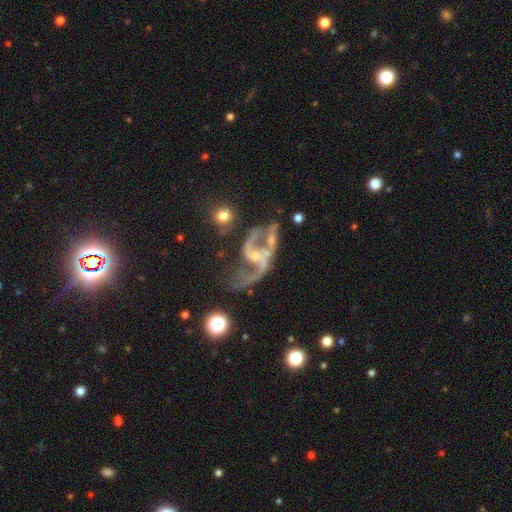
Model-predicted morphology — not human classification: This is clearly a featured or disk galaxy (87%). It is clearly not viewed edge-on (97%). Bar: marginally no (43%). Spiral arm pattern: clearly yes (91%). Spiral arm count: clearly 2 (85%). Spiral winding: likely loose (72%). Central bulge: likely small (61%). Merging: marginally none (33%).